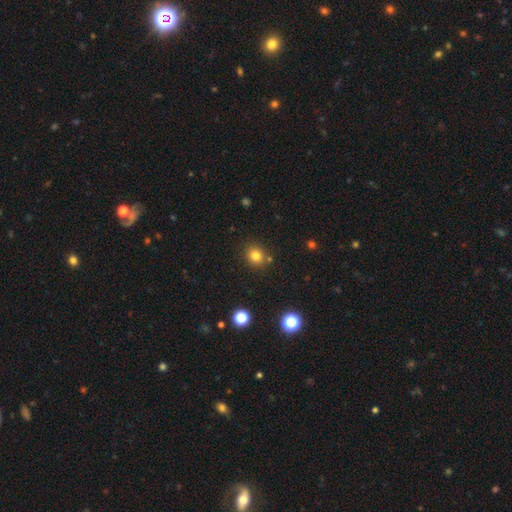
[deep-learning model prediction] smooth_or_featured: smooth (p=0.79) [alt: star or artifact p=0.14]
how_rounded: round (p=0.81) [alt: in between p=0.18]
merging: none (p=0.81) [alt: minor disturbance p=0.09]